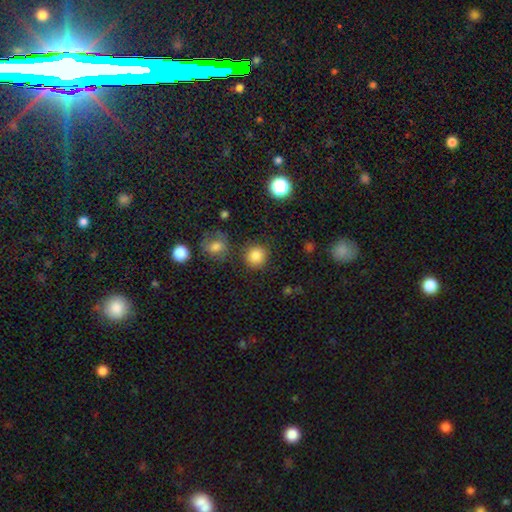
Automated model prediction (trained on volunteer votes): This is clearly a smooth galaxy (85%). How rounded: clearly round (90%). Merging: clearly none (83%).